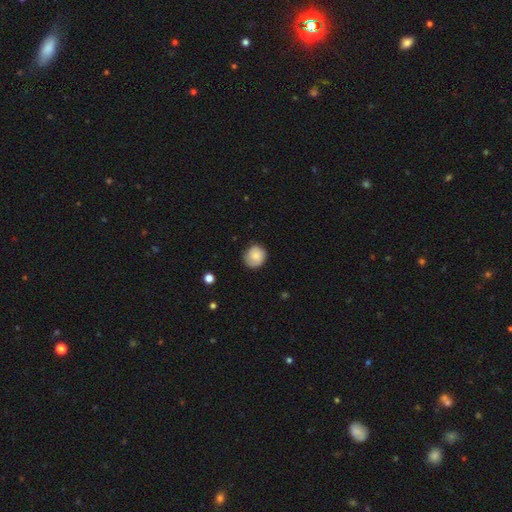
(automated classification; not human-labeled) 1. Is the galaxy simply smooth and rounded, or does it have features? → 77% smooth, 16% featured or disk, 7% star or artifact.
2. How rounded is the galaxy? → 85% round, 14% in between, 1% cigar-shaped.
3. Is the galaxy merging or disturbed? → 77% none, 18% minor disturbance, 4% major disturbance, 1% merger.